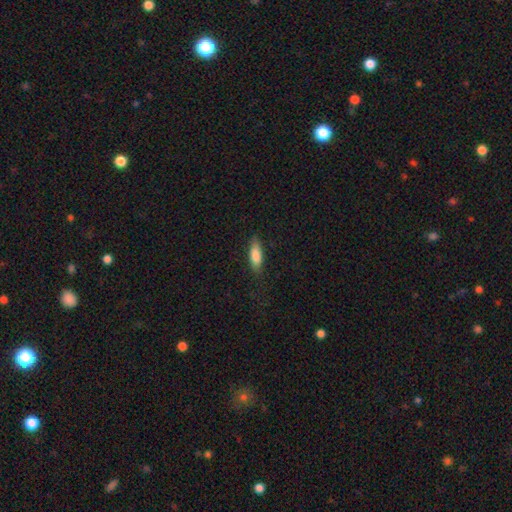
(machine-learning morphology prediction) type=smooth (81%); roundness=in between (60%); merging=none (76%).